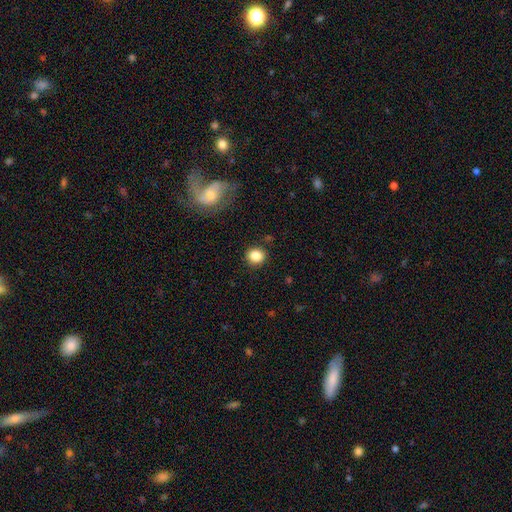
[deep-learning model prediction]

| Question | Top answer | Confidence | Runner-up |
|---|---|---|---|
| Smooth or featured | smooth | 85% | star or artifact (10%) |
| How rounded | round | 83% | in between (16%) |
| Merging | none | 87% | minor disturbance (8%) |